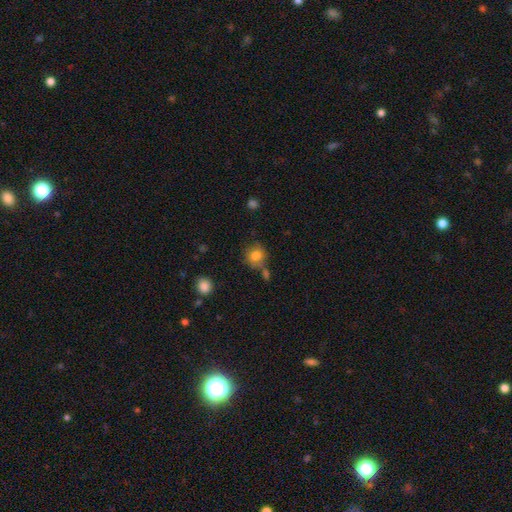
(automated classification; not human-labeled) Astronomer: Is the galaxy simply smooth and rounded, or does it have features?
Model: smooth — 80%.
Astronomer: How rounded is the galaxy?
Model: round — 86%.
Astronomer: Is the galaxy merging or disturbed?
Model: none — 67%.